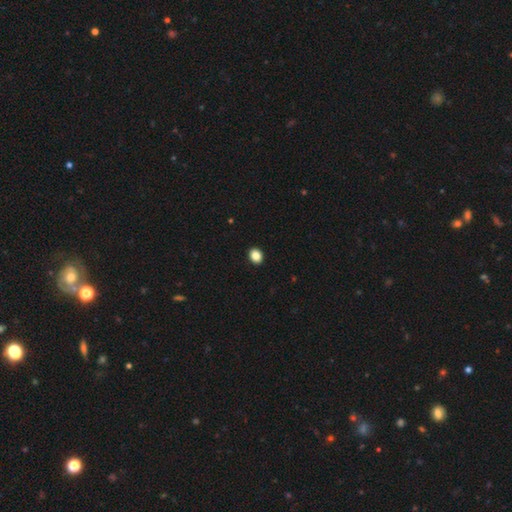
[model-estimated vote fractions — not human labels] The model was most divided on "how rounded": round: 58%, in between: 41%, cigar-shaped: 1%. More confident: merging — none (93%); smooth or featured — smooth (87%).